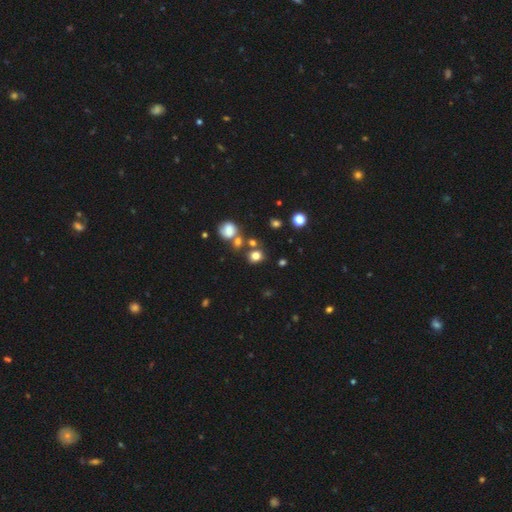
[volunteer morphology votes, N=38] Smooth or featured: smooth — 84% (featured or disk — 8%)
How rounded: round — 84% (in between — 16%)
Merging: none — 83% (minor disturbance — 9%)